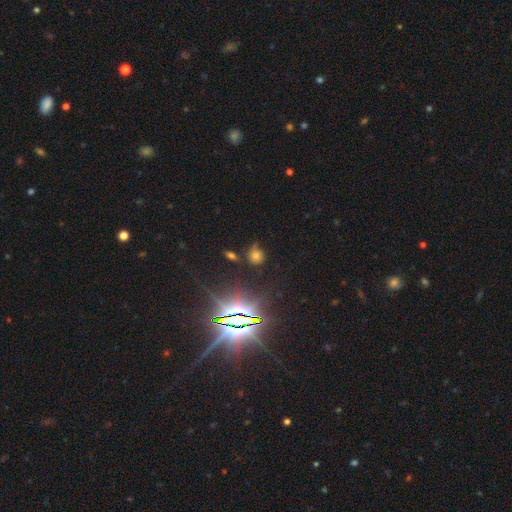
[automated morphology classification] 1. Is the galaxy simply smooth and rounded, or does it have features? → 52% smooth, 33% star or artifact, 15% featured or disk.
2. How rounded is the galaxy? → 76% round, 22% in between, 2% cigar-shaped.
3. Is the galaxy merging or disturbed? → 60% none, 23% minor disturbance, 10% major disturbance, 7% merger.